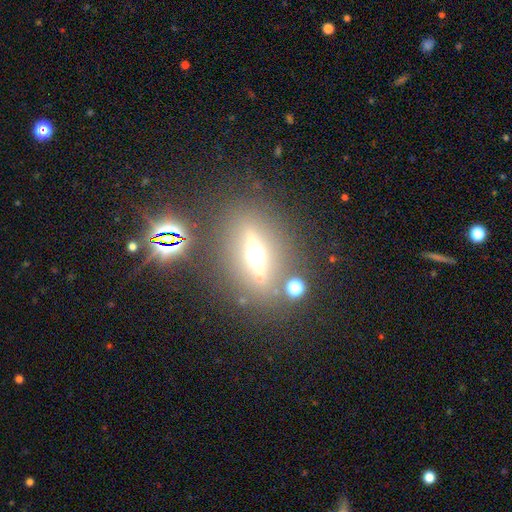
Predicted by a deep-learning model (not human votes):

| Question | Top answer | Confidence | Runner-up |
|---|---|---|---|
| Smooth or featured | featured or disk | 72% | star or artifact (15%) |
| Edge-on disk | yes | 91% | no (9%) |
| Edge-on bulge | rounded | 92% | boxy (6%) |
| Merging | none | 84% | minor disturbance (8%) |